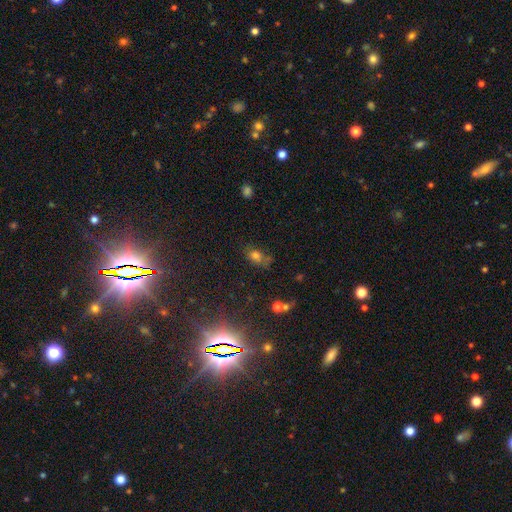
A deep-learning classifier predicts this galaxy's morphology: Smooth or featured? Predicted: smooth (p=0.70). How rounded? Predicted: in between (p=0.74). Merging? Predicted: none (p=0.50).